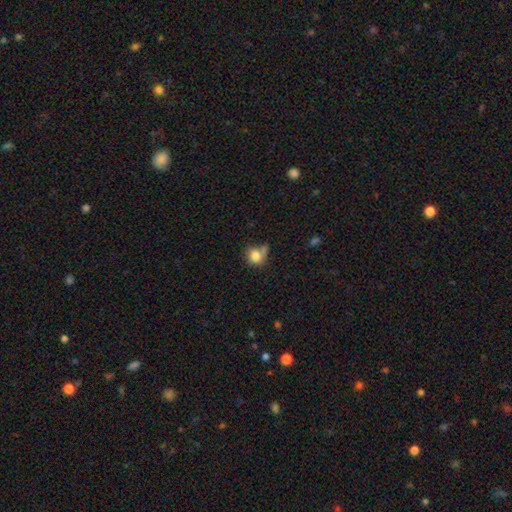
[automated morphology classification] Smooth or featured? Predicted: smooth (p=0.81). How rounded? Predicted: round (p=0.78). Merging? Predicted: none (p=0.50).